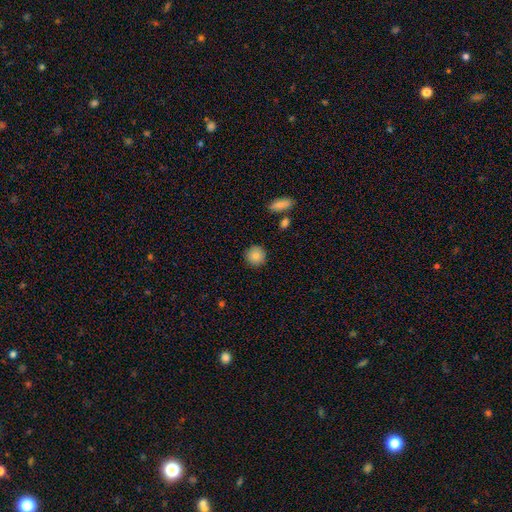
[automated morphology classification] Smooth or featured: smooth — 85% (star or artifact — 8%)
How rounded: round — 93% (in between — 6%)
Merging: none — 90% (minor disturbance — 7%)